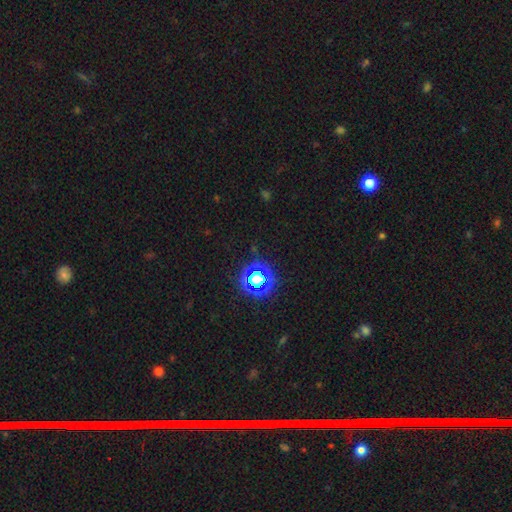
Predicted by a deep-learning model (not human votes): Smooth or featured?
  - star or artifact: 80% *
  - smooth: 12%
  - featured or disk: 8%